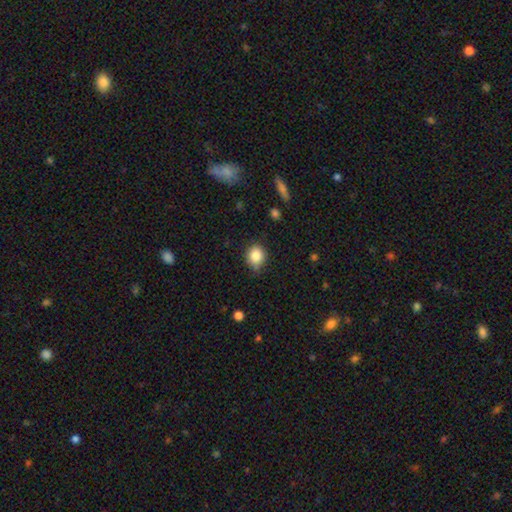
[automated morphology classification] smooth-or-featured: smooth: 84% | star or artifact: 10% | featured or disk: 6%
  how-rounded: round: 72% | in between: 27% | cigar-shaped: 1%
  merging: none: 75% | minor disturbance: 20% | major disturbance: 3% | merger: 2%